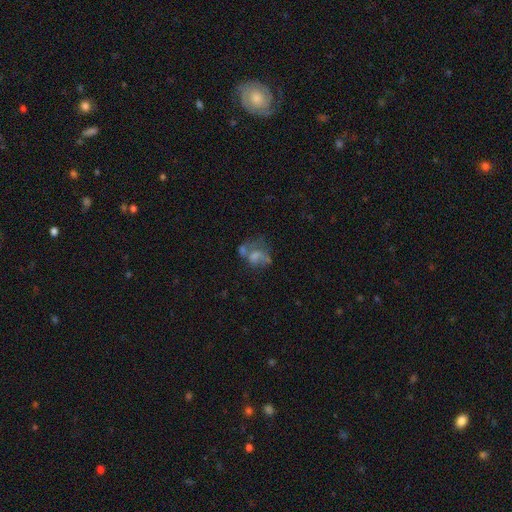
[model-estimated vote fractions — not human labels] smooth-or-featured: smooth: 44% | featured or disk: 41% | star or artifact: 15%
  merging: merger: 35% | major disturbance: 28% | none: 22% | minor disturbance: 15%